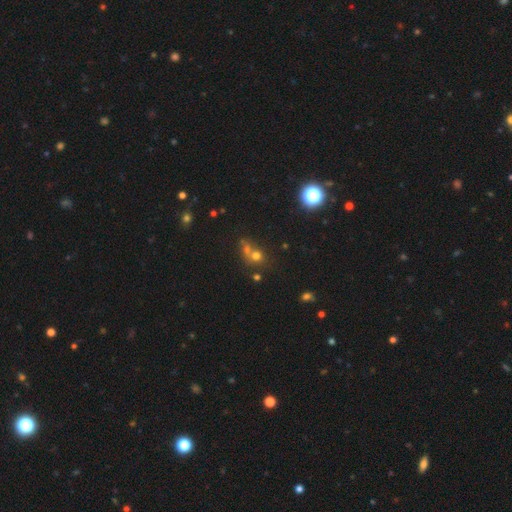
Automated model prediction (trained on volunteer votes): Smooth or featured? Predicted: smooth (p=0.60). How rounded? Predicted: round (p=0.82). Merging? Predicted: merger (p=0.44).